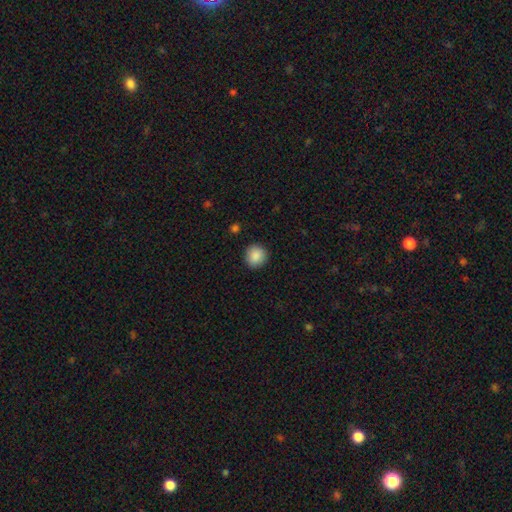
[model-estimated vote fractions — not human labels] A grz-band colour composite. It shows a smooth galaxy with no disk features (89%) that is round (90%). Merging: none (90%).